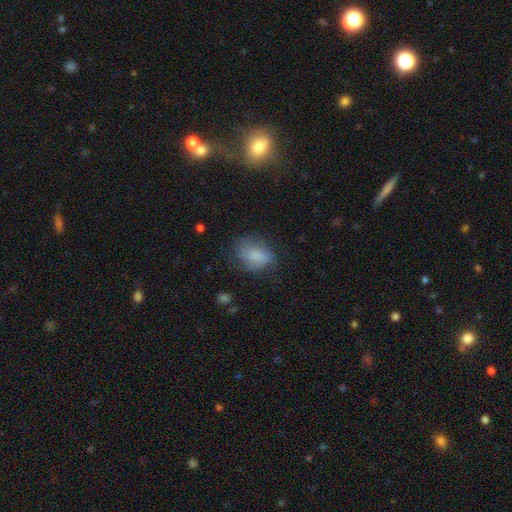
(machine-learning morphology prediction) Smooth or featured?
  - smooth: 73% *
  - featured or disk: 18%
  - star or artifact: 9%
How rounded?
  - in between: 78% *
  - round: 20%
  - cigar-shaped: 2%
Merging?
  - none: 55% *
  - minor disturbance: 28%
  - major disturbance: 16%
  - merger: 2%